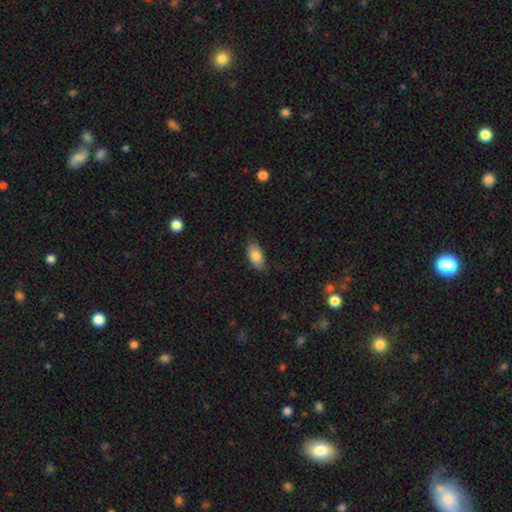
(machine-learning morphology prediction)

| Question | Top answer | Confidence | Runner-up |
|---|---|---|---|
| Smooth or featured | smooth | 82% | featured or disk (11%) |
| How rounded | in between | 90% | cigar-shaped (6%) |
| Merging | none | 78% | minor disturbance (18%) |